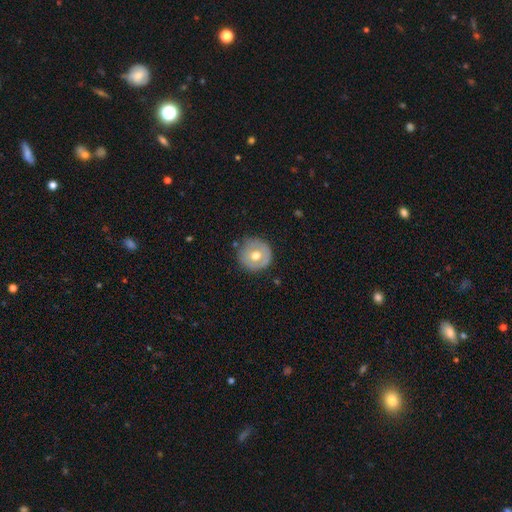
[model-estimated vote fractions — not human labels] smooth 60%, featured or disk 33%, star or artifact 7%. Down the decision tree: how rounded — round (96%); merging — none (83%).